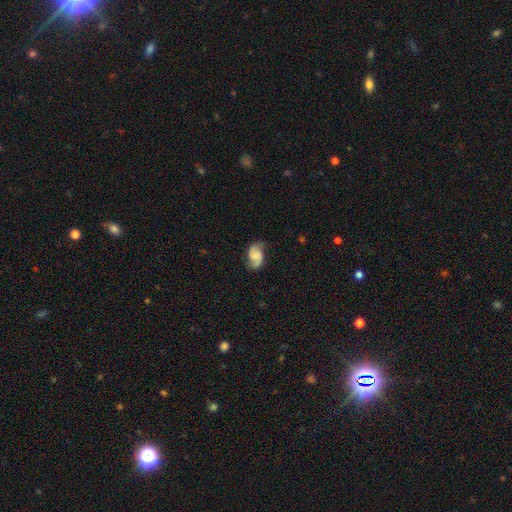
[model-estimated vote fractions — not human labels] Smooth or featured? Predicted: featured or disk (p=0.70). Edge-on disk? Predicted: no (p=0.98). Bar? Predicted: no (p=0.57). Spiral arms? Predicted: yes (p=0.95). Spiral winding? Predicted: loose (p=0.44). Spiral arm count? Predicted: 2 (p=0.91). Bulge size? Predicted: none (p=0.32). Merging? Predicted: none (p=0.74).